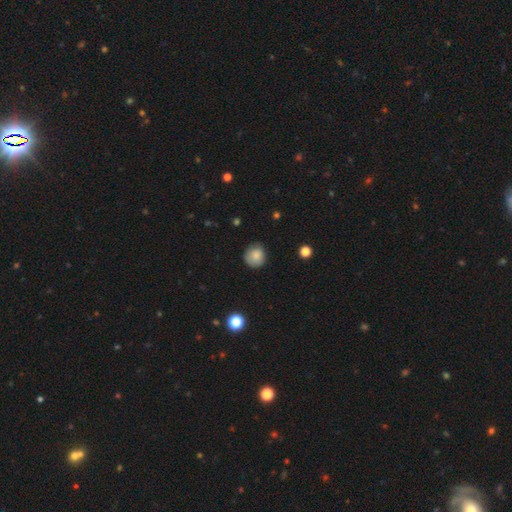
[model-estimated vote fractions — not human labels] Overall: smooth (85%). How rounded: round (87%). Merging: none (78%).